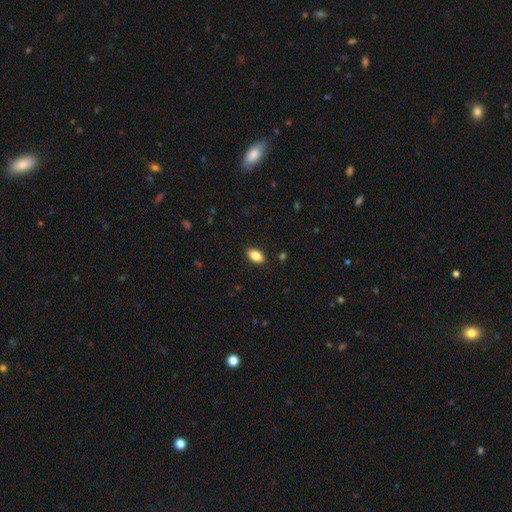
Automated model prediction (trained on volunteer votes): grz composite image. It shows a smooth galaxy with no disk features (85%) that is in between round and cigar-shaped (91%). Merging: none (89%).